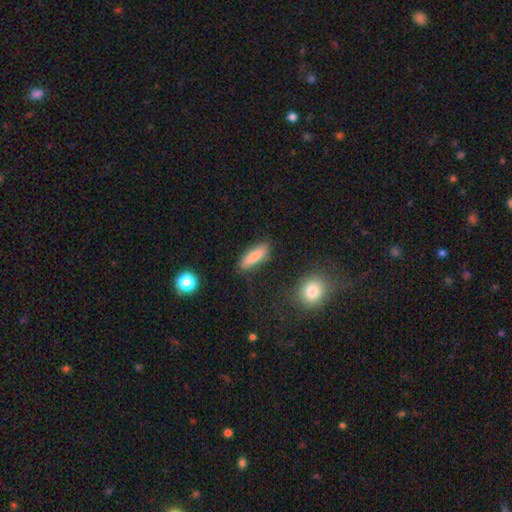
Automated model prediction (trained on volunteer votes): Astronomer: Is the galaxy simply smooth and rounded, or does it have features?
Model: smooth — 83%.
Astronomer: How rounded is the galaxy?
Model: cigar-shaped — 57% (runner-up: in between, 40%).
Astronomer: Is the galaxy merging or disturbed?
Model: none — 84%.